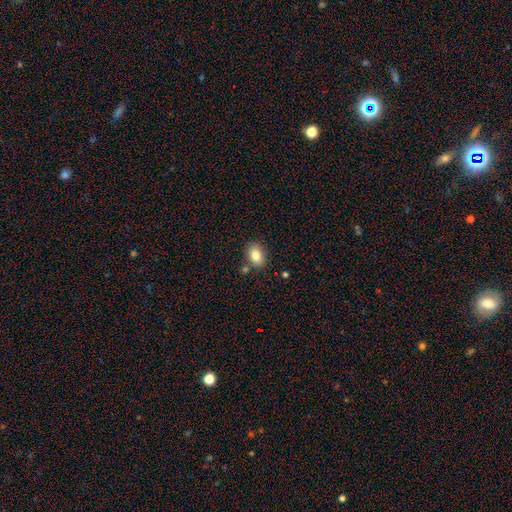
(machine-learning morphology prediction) smooth 82%, featured or disk 9%, star or artifact 8%. Down the decision tree: how rounded — in between (74%); merging — none (77%).